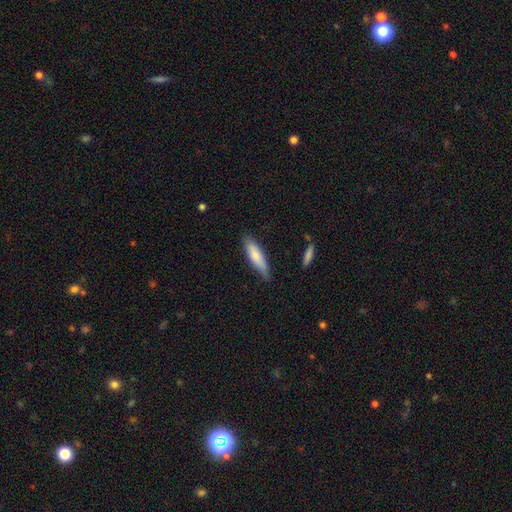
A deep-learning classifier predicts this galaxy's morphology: Smooth or featured: smooth — 76% (featured or disk — 18%)
How rounded: cigar-shaped — 65% (in between — 33%)
Merging: none — 74% (minor disturbance — 21%)